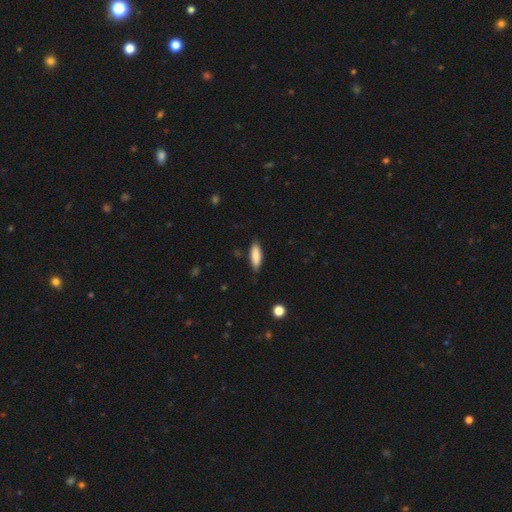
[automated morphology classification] Smooth or featured? smooth (87%)
How rounded? in between (59%)
Merging? none (83%)